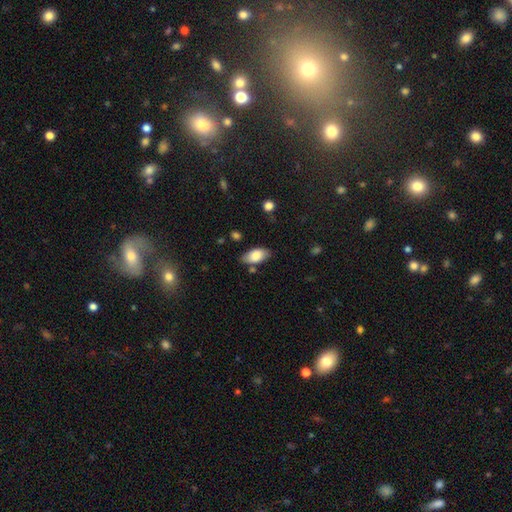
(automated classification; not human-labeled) smooth-or-featured: smooth: 80% | featured or disk: 13% | star or artifact: 7%
  how-rounded: in between: 93% | cigar-shaped: 4% | round: 3%
  merging: none: 78% | minor disturbance: 15% | merger: 4% | major disturbance: 3%